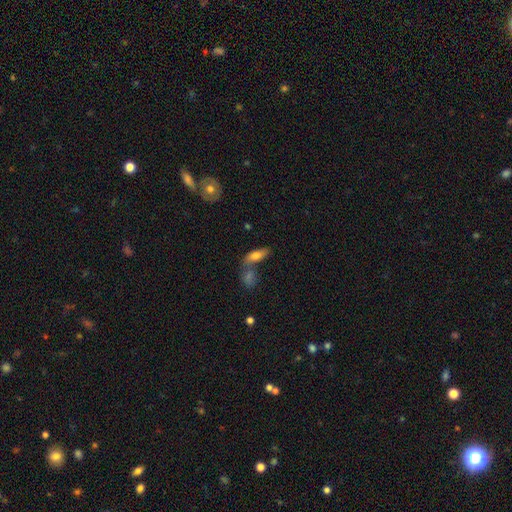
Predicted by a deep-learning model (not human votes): The model was most divided on "merging": none: 43%, merger: 40%, minor disturbance: 11%, major disturbance: 5%. More confident: smooth or featured — smooth (68%); how rounded — in between (66%).